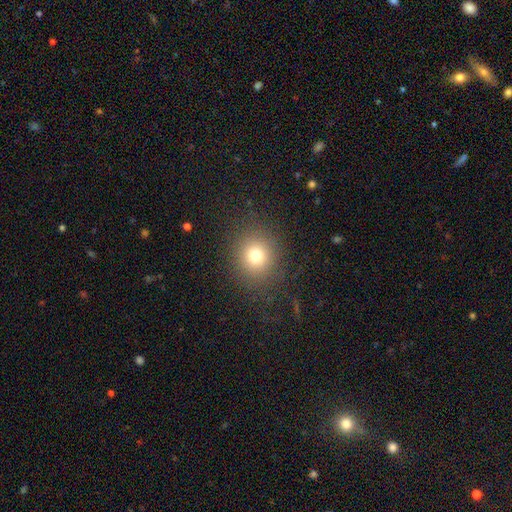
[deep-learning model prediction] Smooth or featured? smooth (75%)
How rounded? round (87%)
Merging? none (87%)